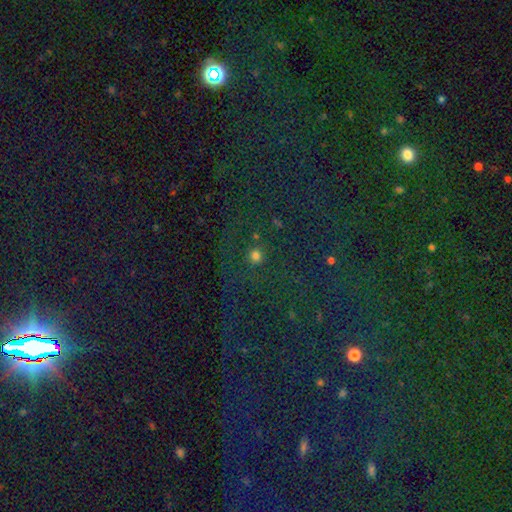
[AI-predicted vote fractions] A smooth galaxy with no disk features (71%) that is round (91%). Merging: none (82%).